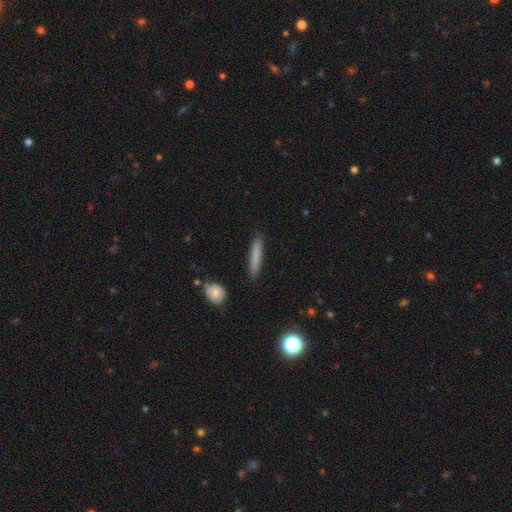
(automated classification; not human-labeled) A smooth galaxy with no disk features (77%) that is cigar-shaped (93%). Merging: none (88%).